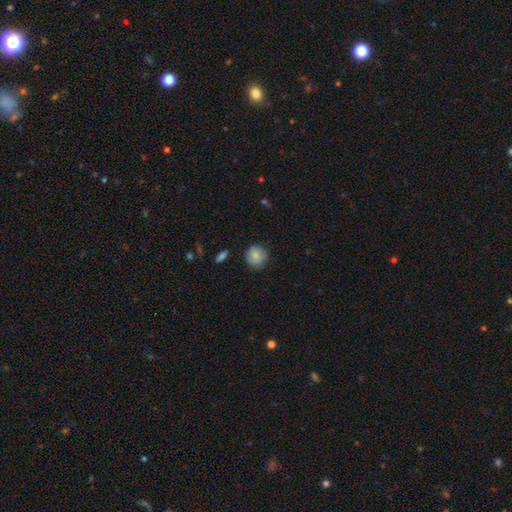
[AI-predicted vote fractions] Smooth or featured? Predicted: smooth (p=0.85). How rounded? Predicted: round (p=0.90). Merging? Predicted: none (p=0.83).